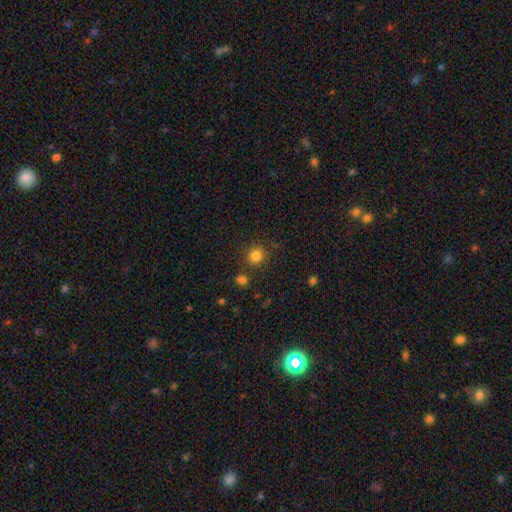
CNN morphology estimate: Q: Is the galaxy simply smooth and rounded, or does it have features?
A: smooth — 82%.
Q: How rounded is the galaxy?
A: round — 89%.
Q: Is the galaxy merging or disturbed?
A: none — 82%.